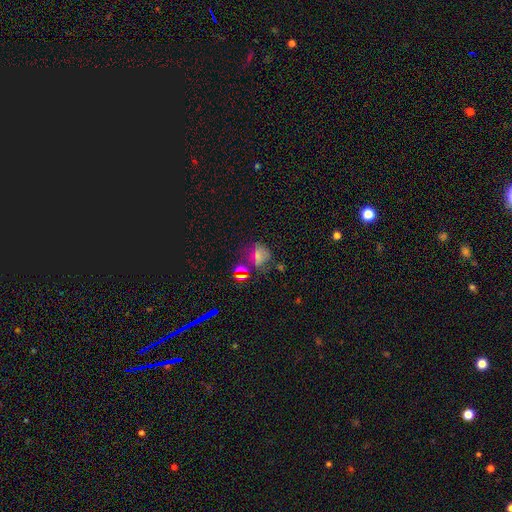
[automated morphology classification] The model was most divided on "how rounded": round: 51%, in between: 47%, cigar-shaped: 2%. Remaining: smooth or featured — smooth (55%); merging — none (50%).